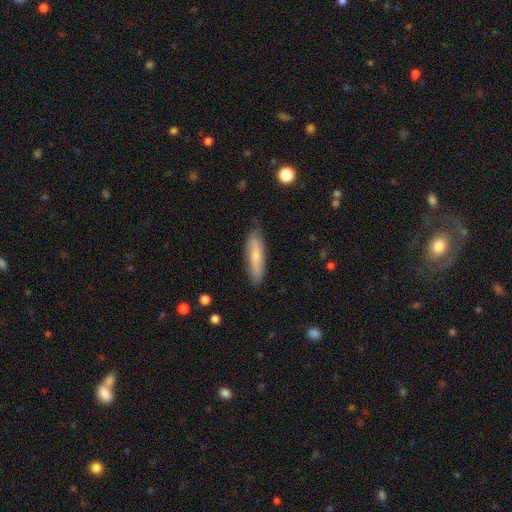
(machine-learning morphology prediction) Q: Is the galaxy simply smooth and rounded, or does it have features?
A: smooth — 61%.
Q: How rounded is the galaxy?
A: cigar-shaped — 69%.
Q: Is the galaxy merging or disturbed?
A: none — 80%.